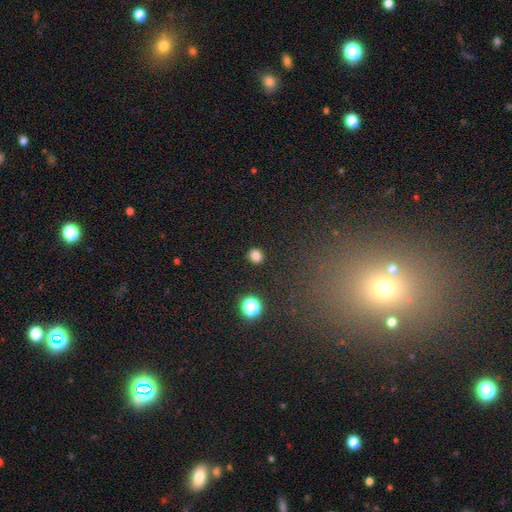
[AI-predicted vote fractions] smooth_or_featured: smooth (p=0.82) [alt: star or artifact p=0.14]
how_rounded: round (p=0.77) [alt: in between p=0.22]
merging: none (p=0.89) [alt: minor disturbance p=0.07]